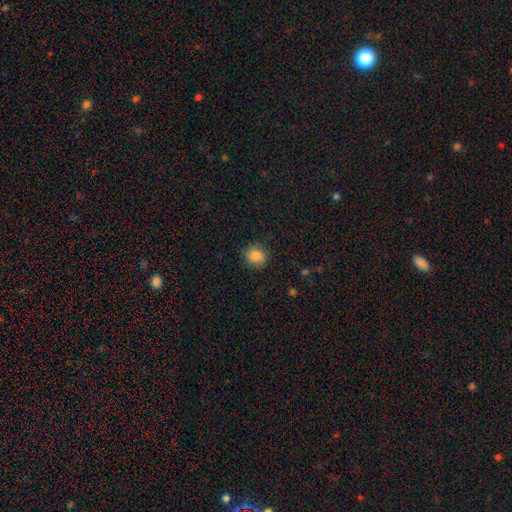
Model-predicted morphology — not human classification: Q: Smooth or featured?
A: smooth (84%); runner-up: star or artifact (9%)
Q: How rounded?
A: round (80%); runner-up: in between (19%)
Q: Merging?
A: none (81%); runner-up: minor disturbance (14%)